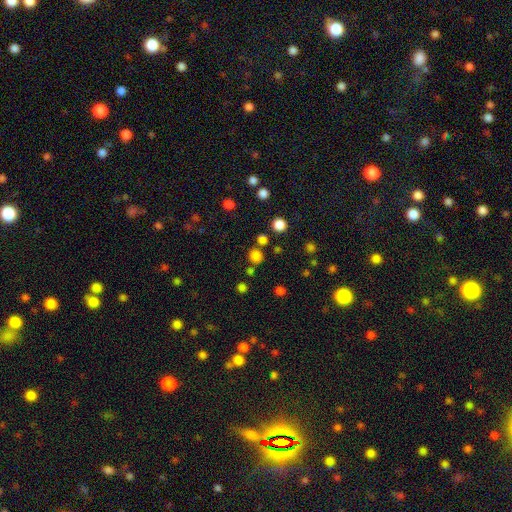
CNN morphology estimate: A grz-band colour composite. It shows a smooth galaxy with no disk features (76%) that is round (89%). Merging: none (77%).